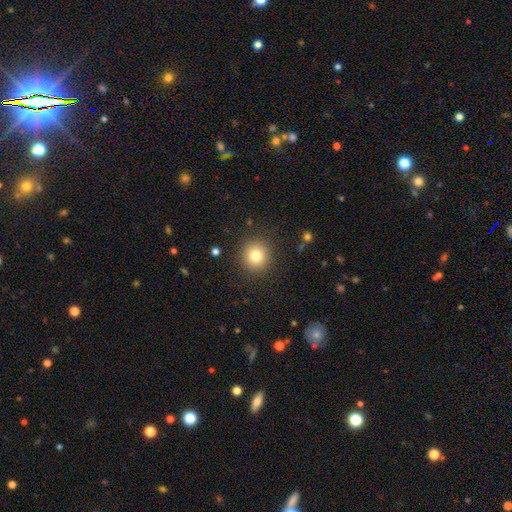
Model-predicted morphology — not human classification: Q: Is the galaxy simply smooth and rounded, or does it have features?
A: smooth — 79%.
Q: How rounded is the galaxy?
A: round — 93%.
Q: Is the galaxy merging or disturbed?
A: none — 90%.